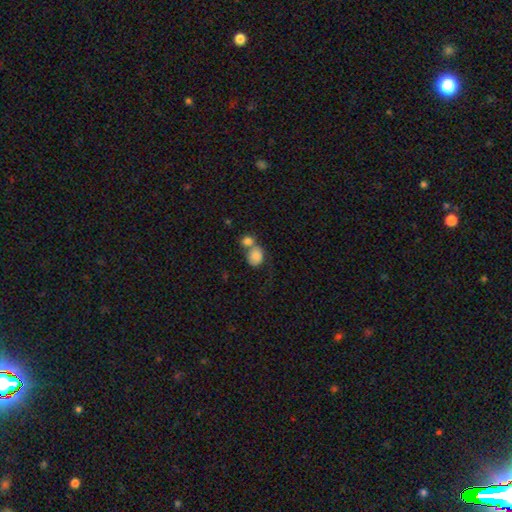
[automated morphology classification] A smooth galaxy with no disk features (83%) that is round (59%).

Vote fractions:
- Smooth or featured? smooth: 83% / featured or disk: 9% / star or artifact: 8%
- How rounded? round: 59% / in between: 39% / cigar-shaped: 1%
- Merging? merger: 54% / none: 28% / minor disturbance: 10% / major disturbance: 7%